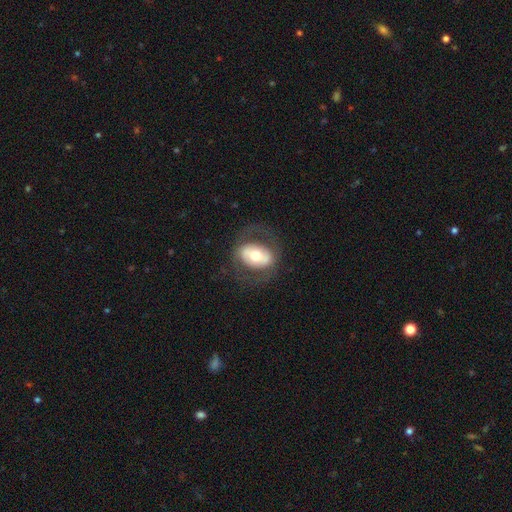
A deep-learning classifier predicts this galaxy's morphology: featured or disk 54%, smooth 40%, star or artifact 6%. Down the decision tree: edge-on disk — no (93%); bar — no (49%); spiral arms — no (65%); bulge size — moderate (67%); merging — none (70%).